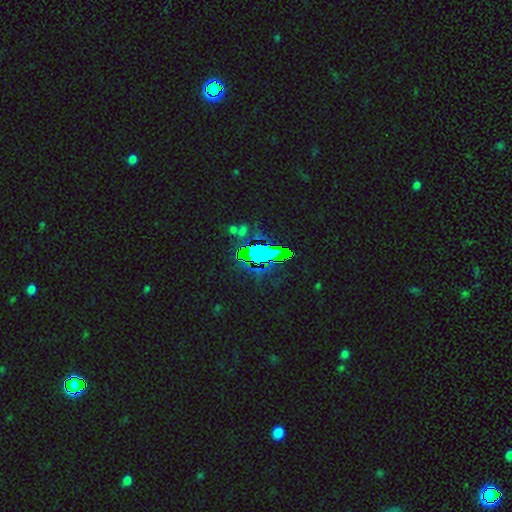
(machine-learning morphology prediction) Smooth or featured: star or artifact — 73% (smooth — 15%)